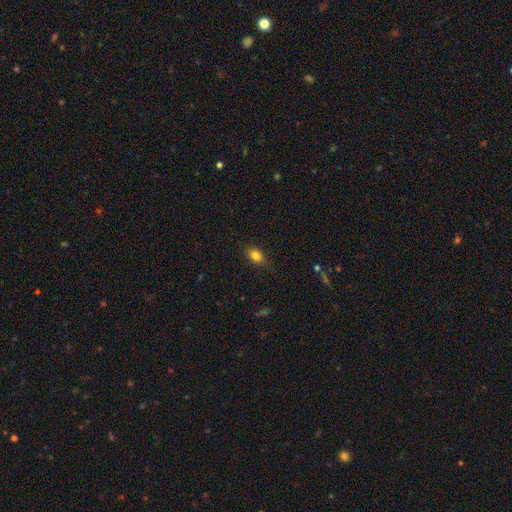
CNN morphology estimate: Smooth or featured?
  - smooth: 82% *
  - star or artifact: 11%
  - featured or disk: 7%
How rounded?
  - in between: 77% *
  - round: 20%
  - cigar-shaped: 3%
Merging?
  - none: 83% *
  - minor disturbance: 13%
  - major disturbance: 3%
  - merger: 1%